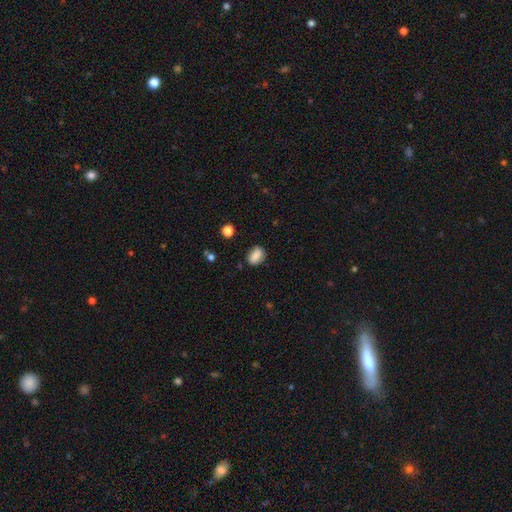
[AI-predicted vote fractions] Smooth or featured: smooth — 82% (featured or disk — 9%)
How rounded: in between — 77% (round — 20%)
Merging: none — 80% (minor disturbance — 15%)